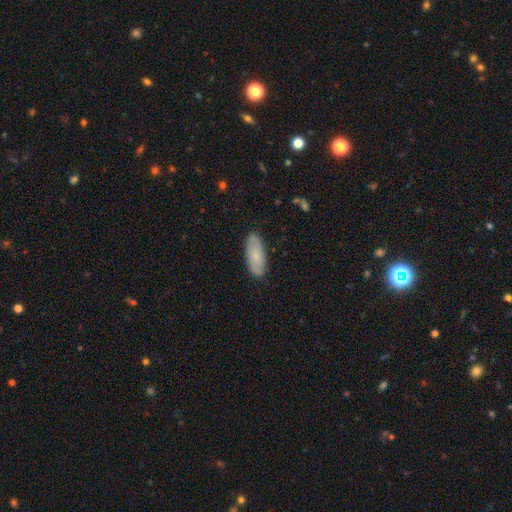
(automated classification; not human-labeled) The model was most divided on "how rounded": in between: 78%, cigar-shaped: 20%, round: 2%. More confident: merging — none (86%); smooth or featured — smooth (76%).